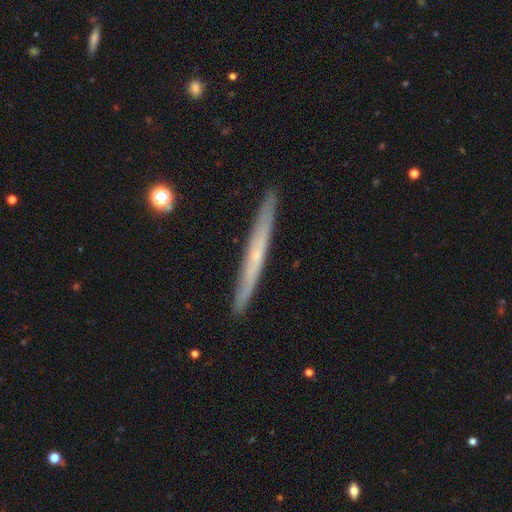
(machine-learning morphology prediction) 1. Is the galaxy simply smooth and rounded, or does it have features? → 59% featured or disk, 35% smooth, 7% star or artifact.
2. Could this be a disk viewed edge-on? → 95% yes, 5% no.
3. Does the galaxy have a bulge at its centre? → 71% none, 26% rounded, 3% boxy.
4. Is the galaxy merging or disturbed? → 91% none, 7% minor disturbance, 1% major disturbance, 1% merger.